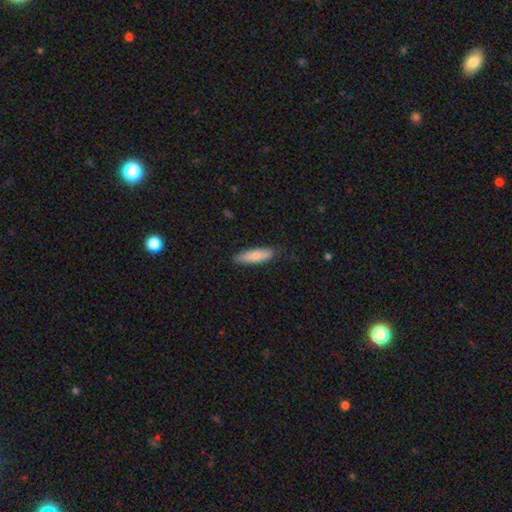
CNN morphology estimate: smooth_or_featured: smooth (p=0.81) [alt: featured or disk p=0.13]
how_rounded: cigar-shaped (p=0.55) [alt: in between p=0.43]
merging: none (p=0.82) [alt: minor disturbance p=0.14]